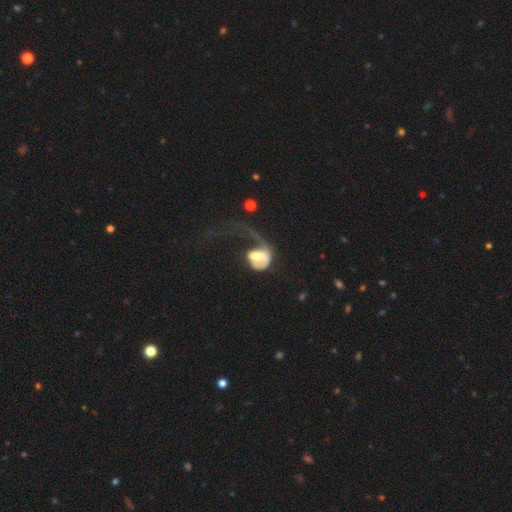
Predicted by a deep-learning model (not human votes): Overall: featured or disk (49%; smooth 43%). Merging: major disturbance (68%).